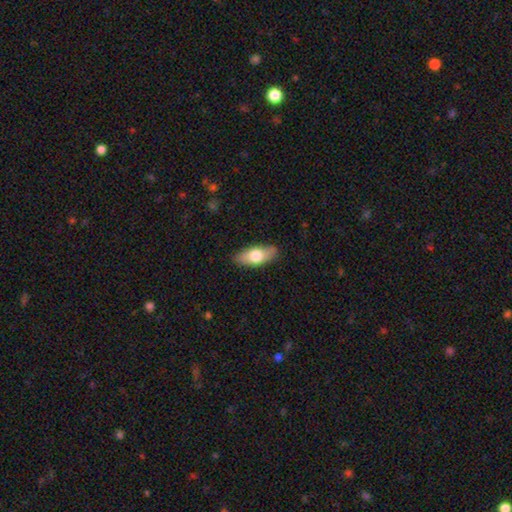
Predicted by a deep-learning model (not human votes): Smooth or featured? Predicted: smooth (p=0.69). How rounded? Predicted: in between (p=0.79). Merging? Predicted: none (p=0.87).